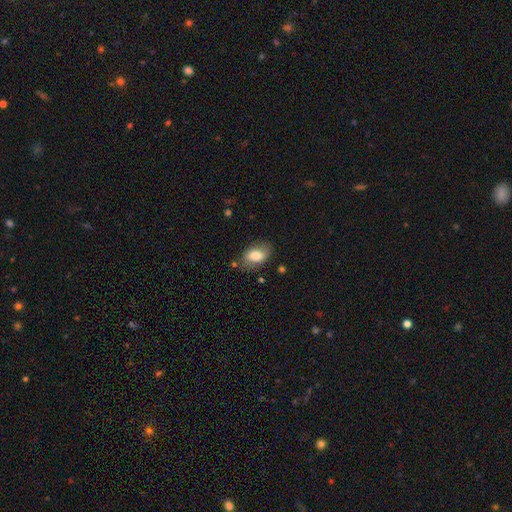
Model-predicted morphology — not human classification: smooth 76%, featured or disk 17%, star or artifact 7%. Down the decision tree: how rounded — in between (88%); merging — none (77%).